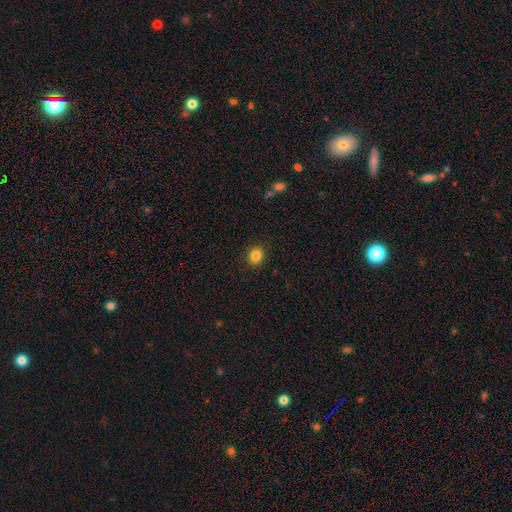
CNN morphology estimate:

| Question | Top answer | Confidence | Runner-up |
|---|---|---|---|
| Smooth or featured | smooth | 85% | star or artifact (11%) |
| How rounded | round | 63% | in between (36%) |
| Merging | none | 90% | minor disturbance (7%) |